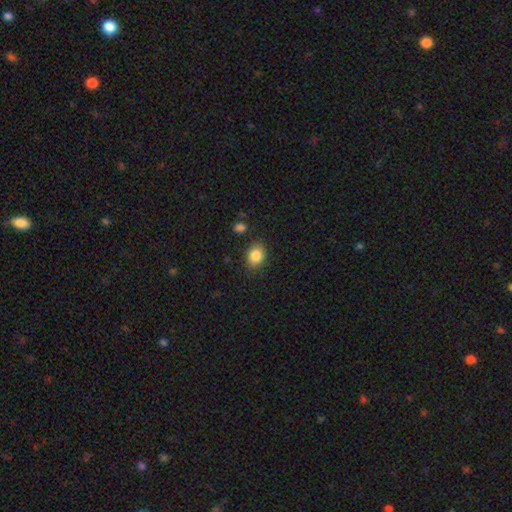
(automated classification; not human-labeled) This is clearly a smooth galaxy (85%). How rounded: likely in between (65%). Merging: clearly none (84%).